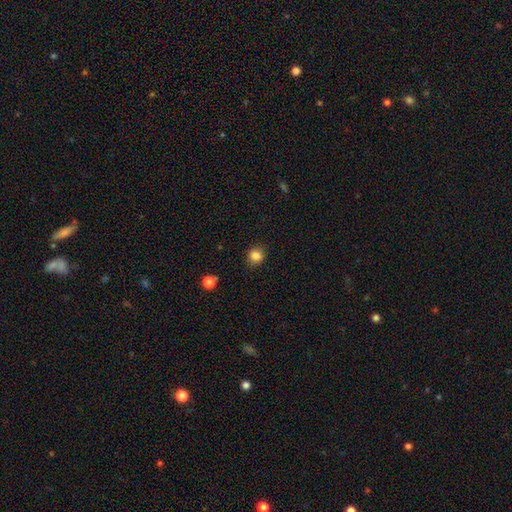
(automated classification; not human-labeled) Smooth or featured: smooth — 84% (star or artifact — 11%)
How rounded: round — 82% (in between — 18%)
Merging: none — 87% (minor disturbance — 10%)